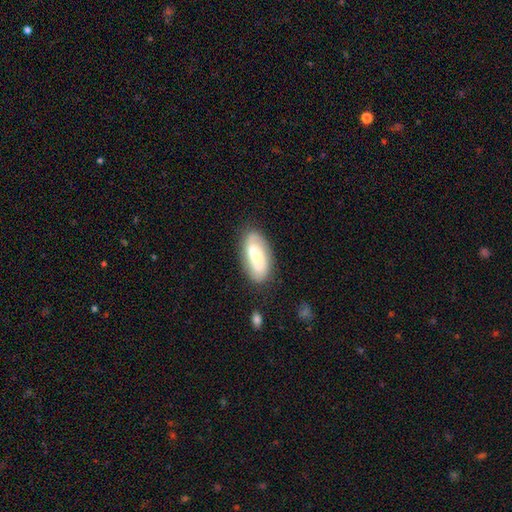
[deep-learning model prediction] This is possibly a featured or disk galaxy (49%). Merging: likely none (80%).